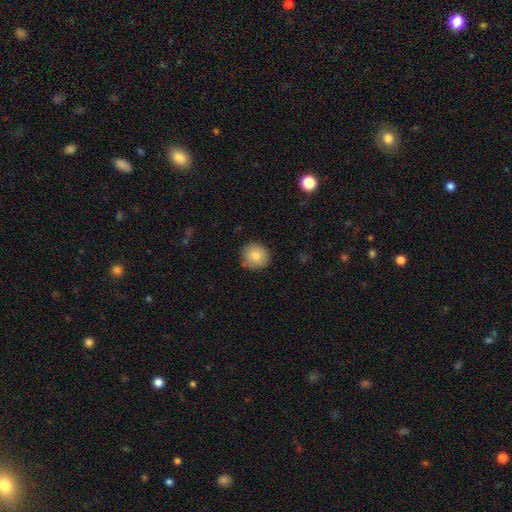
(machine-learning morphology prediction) Smooth or featured: smooth — 82% (featured or disk — 10%)
How rounded: round — 91% (in between — 8%)
Merging: none — 85% (minor disturbance — 11%)